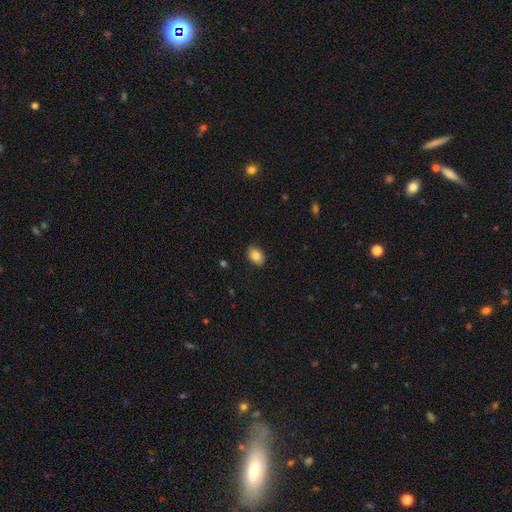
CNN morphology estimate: smooth_or_featured: smooth (p=0.86) [alt: star or artifact p=0.08]
how_rounded: in between (p=0.80) [alt: round p=0.19]
merging: none (p=0.88) [alt: minor disturbance p=0.09]